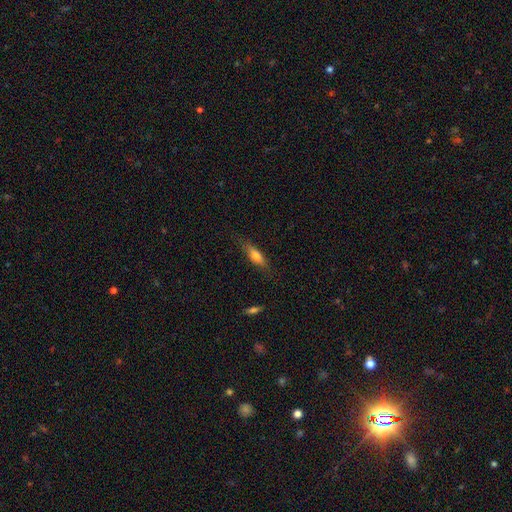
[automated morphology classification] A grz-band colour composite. It shows a smooth galaxy with no disk features (62%) that is cigar-shaped (59%). Merging: none (78%).